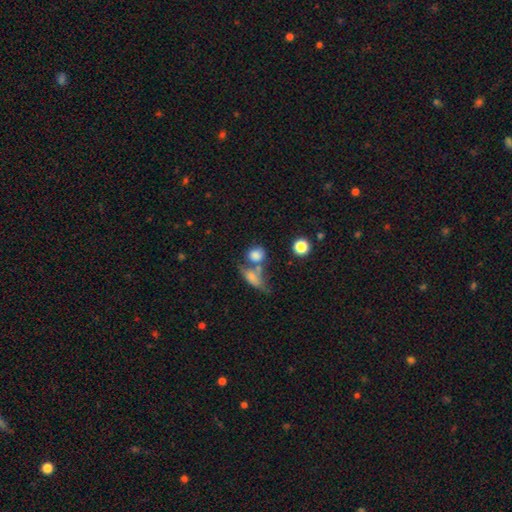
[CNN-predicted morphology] smooth 79%, featured or disk 11%, star or artifact 10%. Down the decision tree: how rounded — round (63%); merging — none (41%).